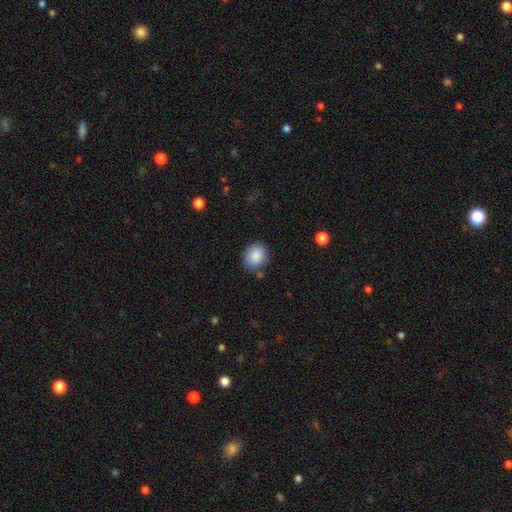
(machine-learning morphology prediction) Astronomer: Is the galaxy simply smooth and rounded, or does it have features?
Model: smooth — 87%.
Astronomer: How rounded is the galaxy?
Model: round — 61% (runner-up: in between, 38%).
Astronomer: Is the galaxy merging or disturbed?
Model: none — 79%.